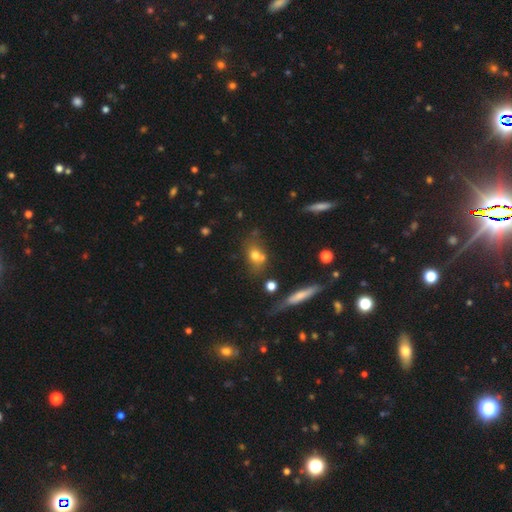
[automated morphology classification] smooth_or_featured: smooth (p=0.69) [alt: featured or disk p=0.18]
how_rounded: in between (p=0.60) [alt: round p=0.33]
merging: none (p=0.49) [alt: merger p=0.25]